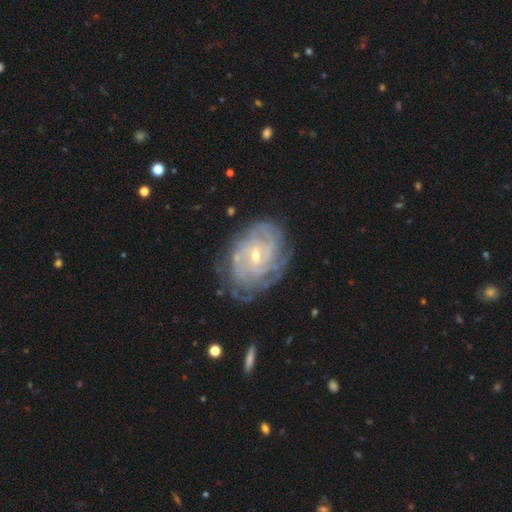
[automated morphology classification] Smooth or featured? Predicted: featured or disk (p=0.85). Edge-on disk? Predicted: no (p=0.97). Bar? Predicted: no (p=0.53). Spiral arms? Predicted: yes (p=0.94). Spiral winding? Predicted: tight (p=0.76). Spiral arm count? Predicted: can't tell (p=0.43). Bulge size? Predicted: small (p=0.66). Merging? Predicted: none (p=0.70).